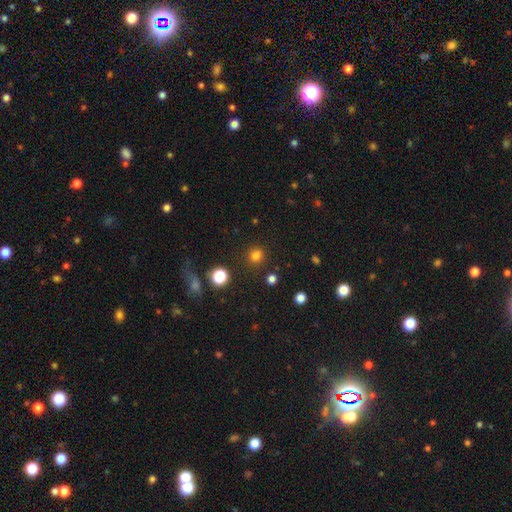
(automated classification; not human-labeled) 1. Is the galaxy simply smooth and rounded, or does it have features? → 78% smooth, 17% star or artifact, 5% featured or disk.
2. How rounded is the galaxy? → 86% round, 13% in between, 1% cigar-shaped.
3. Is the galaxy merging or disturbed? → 86% none, 7% minor disturbance, 3% merger, 3% major disturbance.